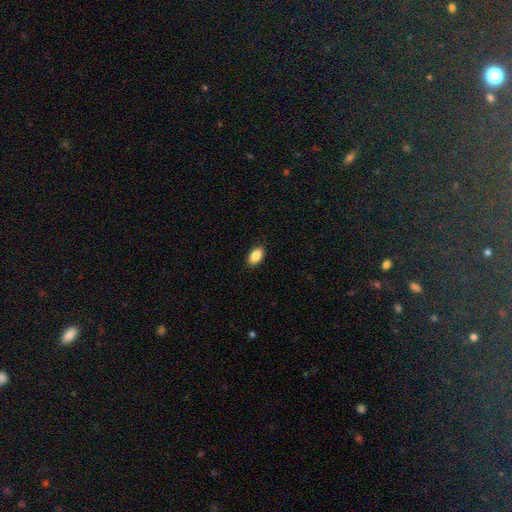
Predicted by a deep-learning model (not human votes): Q: Smooth or featured?
A: smooth (88%); runner-up: star or artifact (7%)
Q: How rounded?
A: in between (92%); runner-up: round (5%)
Q: Merging?
A: none (89%); runner-up: minor disturbance (8%)